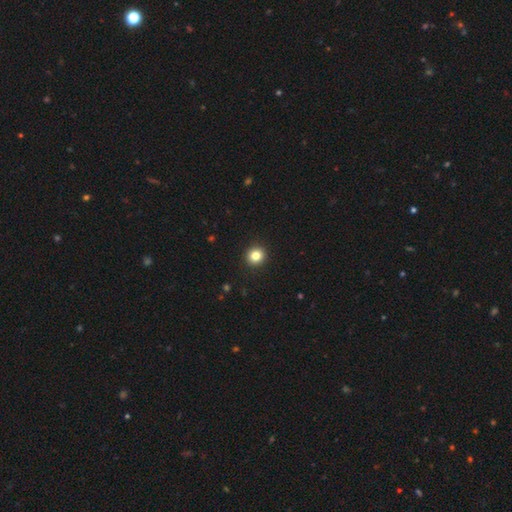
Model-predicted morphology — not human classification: The model was most divided on "smooth or featured": smooth: 83%, star or artifact: 11%, featured or disk: 6%. More confident: merging — none (93%); how rounded — round (91%).